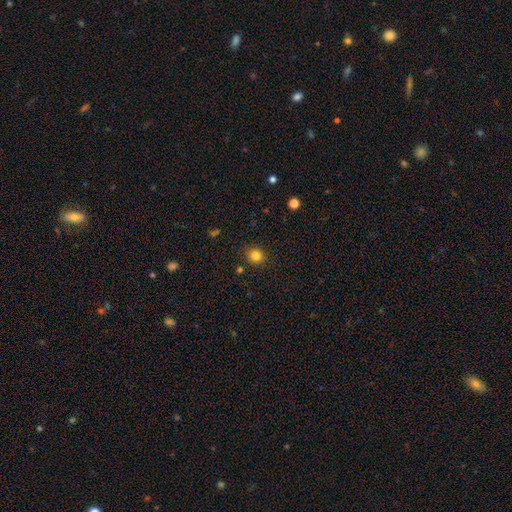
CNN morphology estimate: Smooth or featured?
  - smooth: 82% *
  - star or artifact: 13%
  - featured or disk: 5%
How rounded?
  - round: 85% *
  - in between: 14%
  - cigar-shaped: 1%
Merging?
  - none: 88% *
  - minor disturbance: 8%
  - major disturbance: 2%
  - merger: 2%